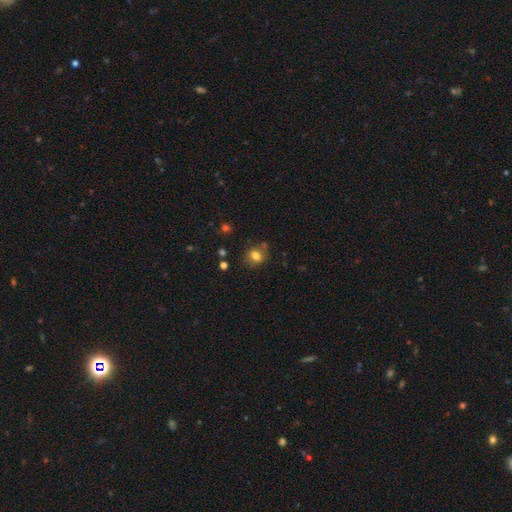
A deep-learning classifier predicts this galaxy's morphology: Smooth or featured? smooth (78%)
How rounded? round (67%)
Merging? none (71%)